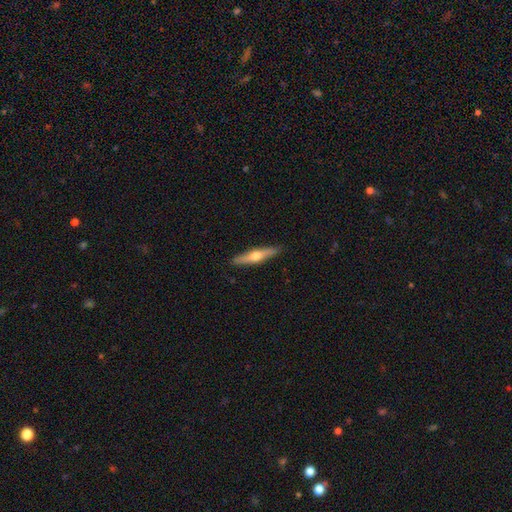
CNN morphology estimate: smooth_or_featured: featured or disk (p=0.56) [alt: smooth p=0.39]
disk_edge_on: yes (p=0.94) [alt: no p=0.06]
edge_on_bulge: rounded (p=0.92) [alt: none p=0.05]
merging: none (p=0.90) [alt: minor disturbance p=0.07]